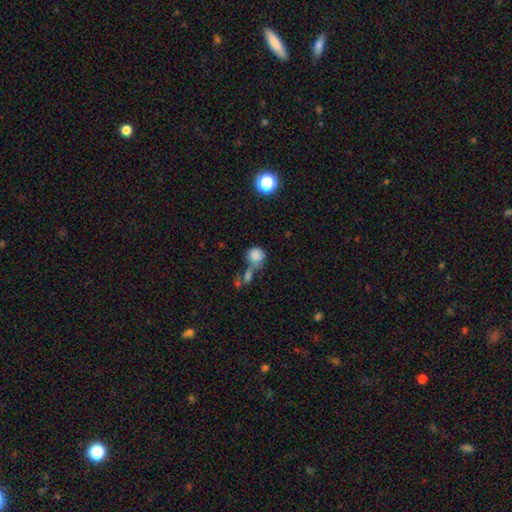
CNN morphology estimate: The model was most divided on "merging" (2-way tie): merger: 40%, none: 40%, minor disturbance: 12%, major disturbance: 8%. More confident: how rounded — round (82%); smooth or featured — smooth (82%).